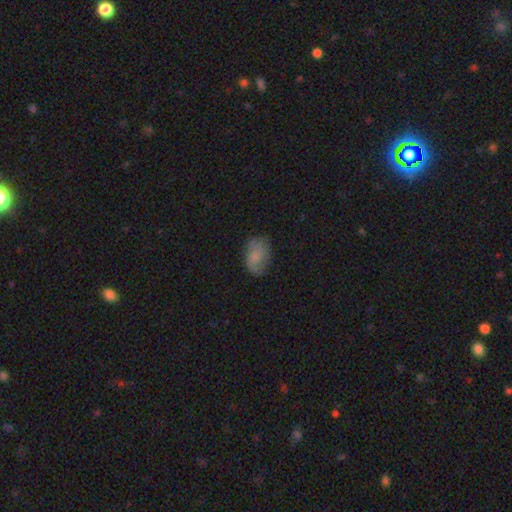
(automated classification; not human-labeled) smooth 61%, featured or disk 30%, star or artifact 9%. Down the decision tree: how rounded — in between (83%); merging — none (64%).